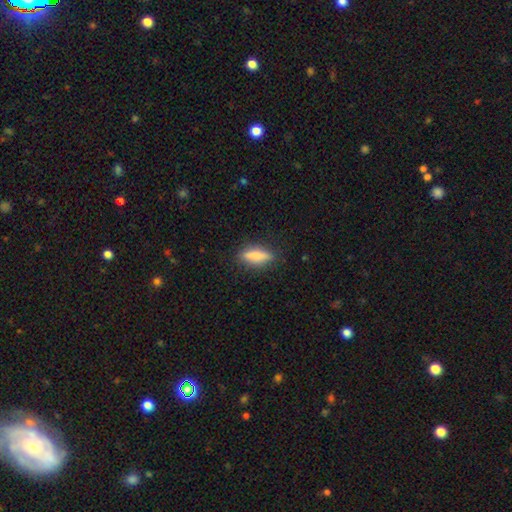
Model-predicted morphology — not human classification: Q: Smooth or featured?
A: smooth (73%); runner-up: featured or disk (20%)
Q: How rounded?
A: cigar-shaped (64%); runner-up: in between (33%)
Q: Merging?
A: none (85%); runner-up: minor disturbance (10%)